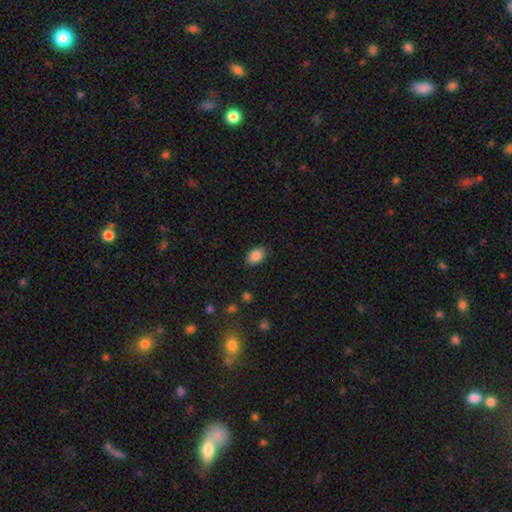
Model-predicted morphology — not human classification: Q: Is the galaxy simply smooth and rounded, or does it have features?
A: smooth — 87%.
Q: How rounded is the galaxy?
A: in between — 82%.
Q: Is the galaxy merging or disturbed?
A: none — 84%.